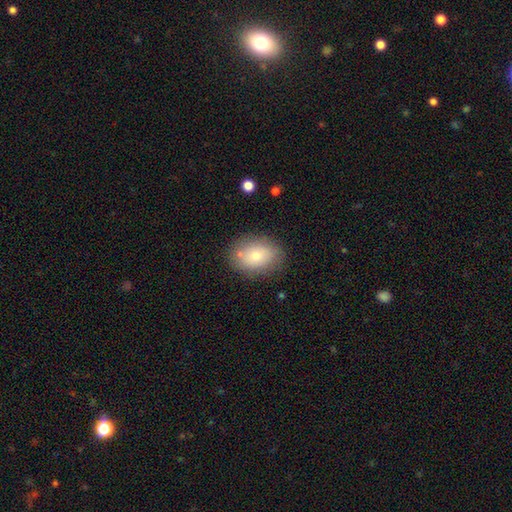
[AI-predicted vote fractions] smooth-or-featured: smooth: 75% | featured or disk: 17% | star or artifact: 8%
  how-rounded: in between: 72% | round: 27% | cigar-shaped: 1%
  merging: none: 77% | minor disturbance: 15% | major disturbance: 4% | merger: 4%